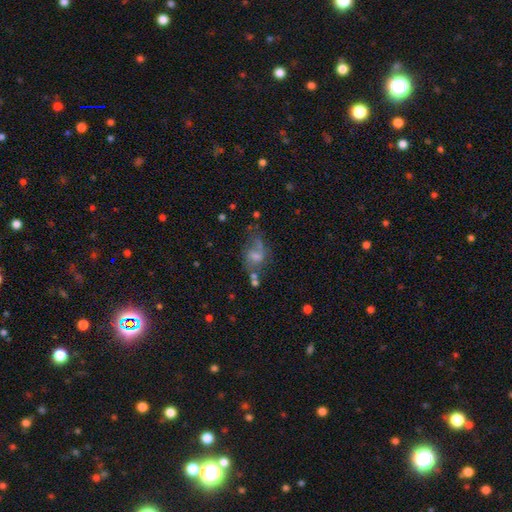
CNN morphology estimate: Q: Smooth or featured?
A: featured or disk (54%); runner-up: smooth (29%)
Q: Edge-on disk?
A: no (95%); runner-up: yes (5%)
Q: Bar?
A: no (49%); runner-up: weak (41%)
Q: Spiral arms?
A: yes (68%); runner-up: no (32%)
Q: Bulge size?
A: moderate (35%); tied with: small (35%)
Q: Merging?
A: none (41%); runner-up: major disturbance (26%)